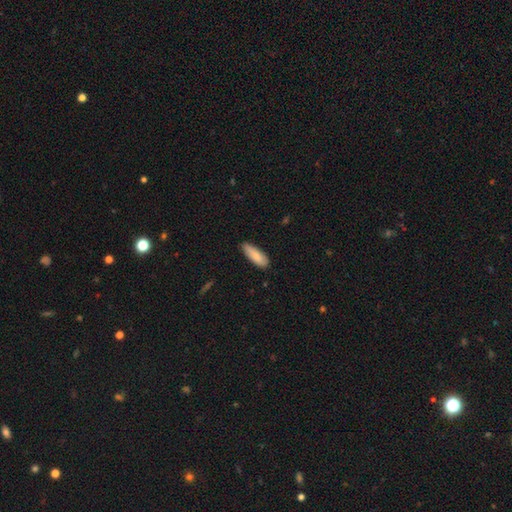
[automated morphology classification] This is clearly a smooth galaxy (82%). How rounded: likely in between (66%). Merging: likely none (80%).